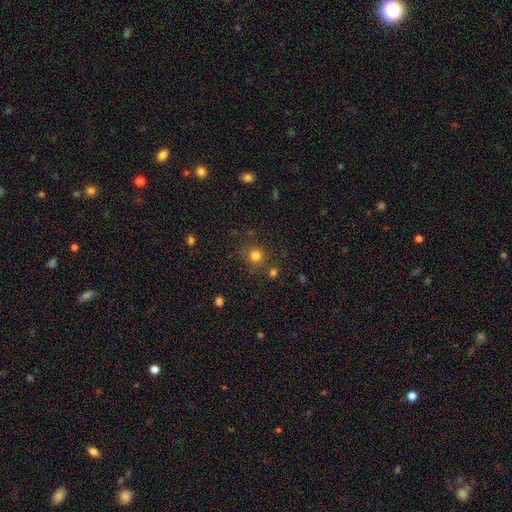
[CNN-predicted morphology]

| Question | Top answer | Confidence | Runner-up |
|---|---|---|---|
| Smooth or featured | smooth | 77% | star or artifact (16%) |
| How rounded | round | 89% | in between (10%) |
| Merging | none | 74% | minor disturbance (12%) |